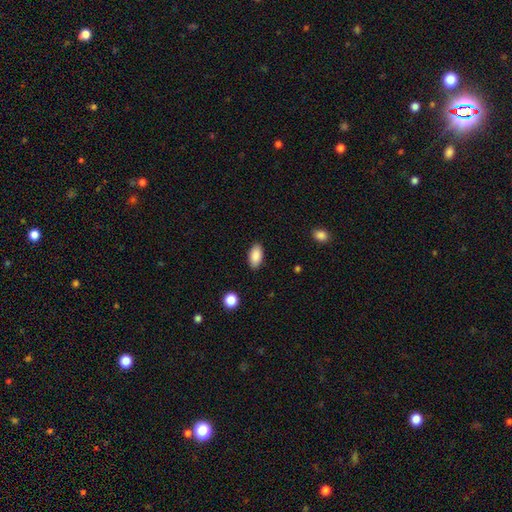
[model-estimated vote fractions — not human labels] smooth_or_featured: smooth (p=0.89) [alt: star or artifact p=0.07]
how_rounded: in between (p=0.93) [alt: round p=0.03]
merging: none (p=0.87) [alt: minor disturbance p=0.09]